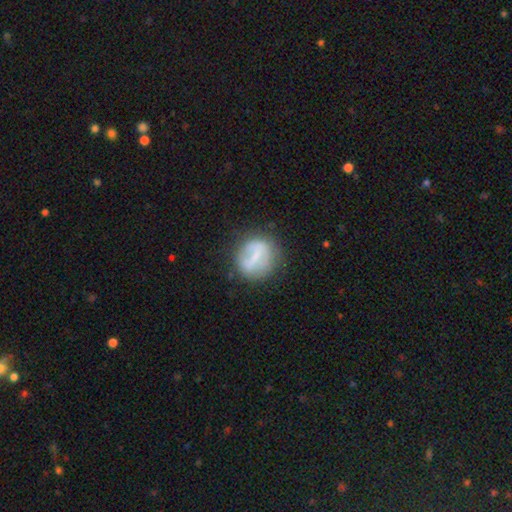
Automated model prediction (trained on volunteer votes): smooth 48%, featured or disk 43%, star or artifact 8%. Down the decision tree: merging — none (67%).